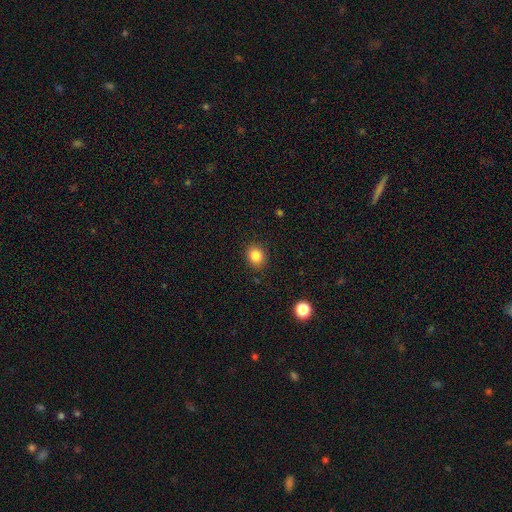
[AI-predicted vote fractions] smooth-or-featured: smooth: 84% | star or artifact: 11% | featured or disk: 6%
  how-rounded: round: 76% | in between: 23% | cigar-shaped: 1%
  merging: none: 89% | minor disturbance: 8% | major disturbance: 2% | merger: 1%